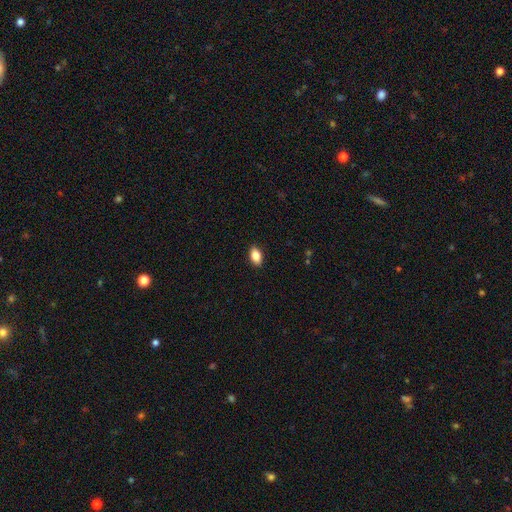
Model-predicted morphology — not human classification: Smooth or featured?
  - smooth: 85% *
  - star or artifact: 8%
  - featured or disk: 7%
How rounded?
  - in between: 90% *
  - round: 7%
  - cigar-shaped: 3%
Merging?
  - none: 90% *
  - minor disturbance: 8%
  - major disturbance: 2%
  - merger: 1%